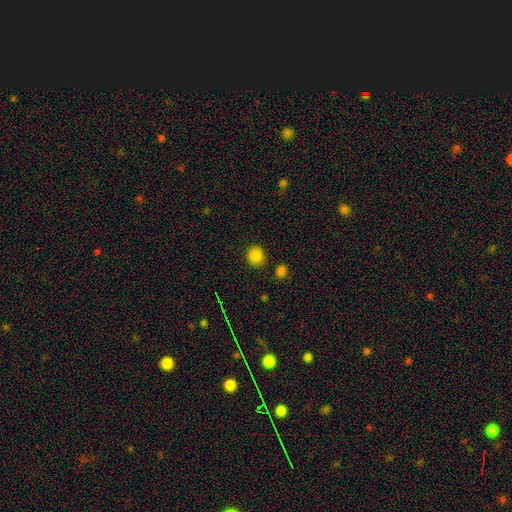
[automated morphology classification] A smooth galaxy with no disk features (84%) that is round (81%).

Vote fractions:
- Smooth or featured? smooth: 84% / star or artifact: 12% / featured or disk: 4%
- How rounded? round: 81% / in between: 18% / cigar-shaped: 1%
- Merging? none: 85% / minor disturbance: 8% / merger: 4% / major disturbance: 3%